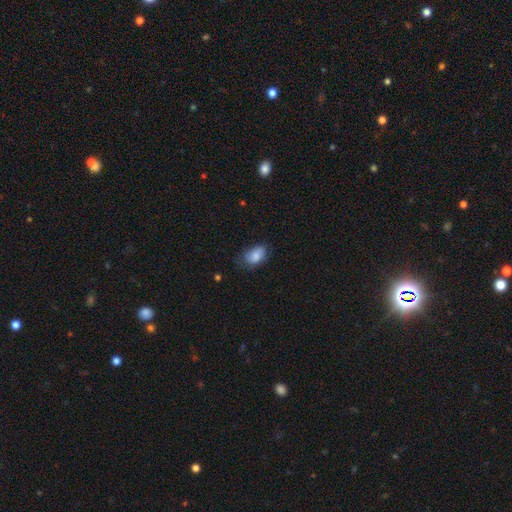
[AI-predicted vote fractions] Smooth or featured? smooth (82%)
How rounded? in between (90%)
Merging? none (60%)